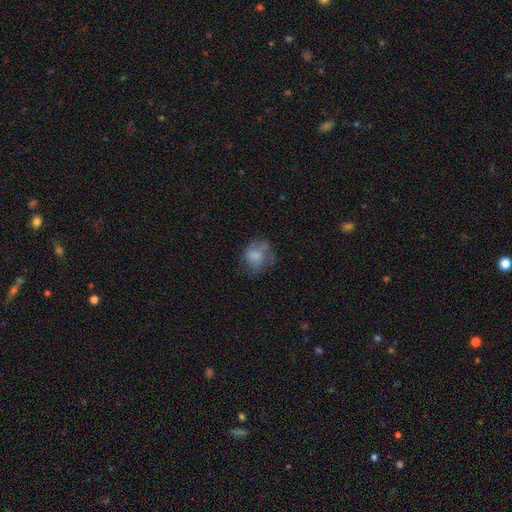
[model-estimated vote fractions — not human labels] This appears to be a smooth galaxy with no disk features (65%) that is round (62%). Merging: none (47%).